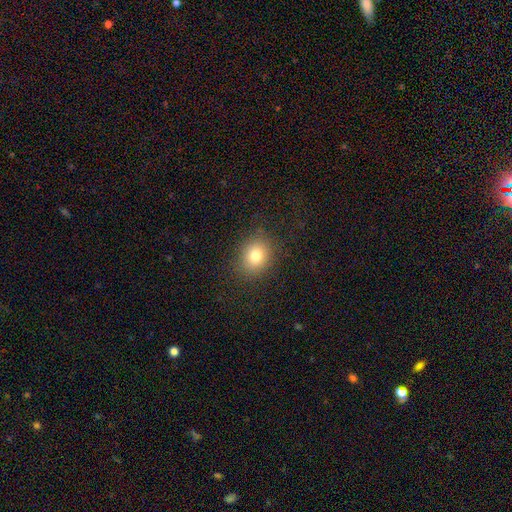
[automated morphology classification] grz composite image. It shows a smooth galaxy with no disk features (79%) that is round (60%). Merging: none (86%).